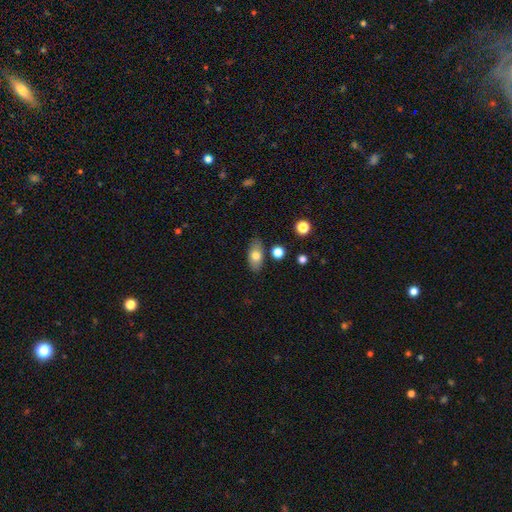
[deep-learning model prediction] Smooth or featured?
  - smooth: 74% *
  - featured or disk: 19%
  - star or artifact: 8%
How rounded?
  - in between: 87% *
  - round: 7%
  - cigar-shaped: 6%
Merging?
  - none: 80% *
  - minor disturbance: 13%
  - merger: 4%
  - major disturbance: 3%